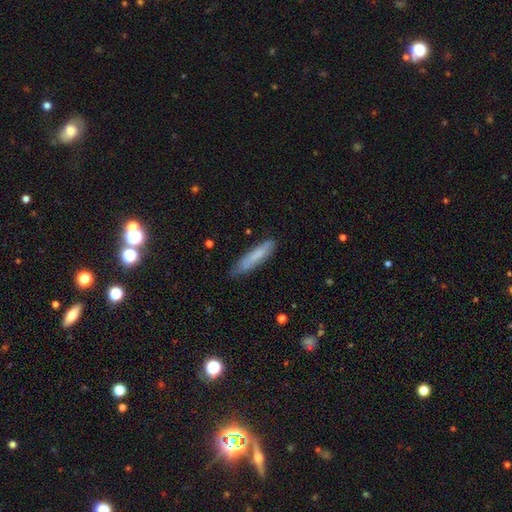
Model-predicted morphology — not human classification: A smooth galaxy with no disk features (72%) that is cigar-shaped (84%).

Vote fractions:
- Smooth or featured? smooth: 72% / featured or disk: 21% / star or artifact: 7%
- How rounded? cigar-shaped: 84% / in between: 14% / round: 1%
- Merging? none: 76% / minor disturbance: 19% / major disturbance: 3% / merger: 2%